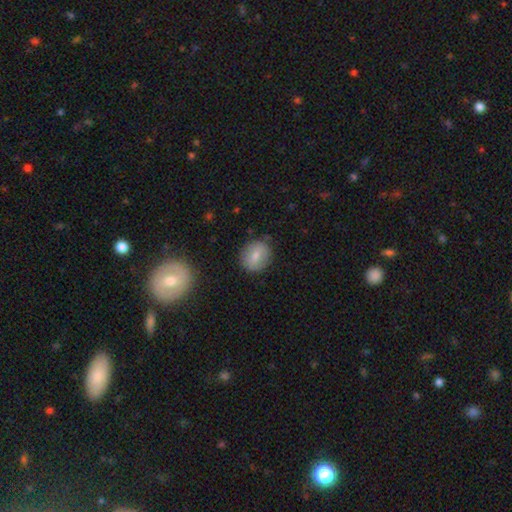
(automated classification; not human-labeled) Morphology: type=smooth (73%); roundness=round (66%); merging=none (84%).